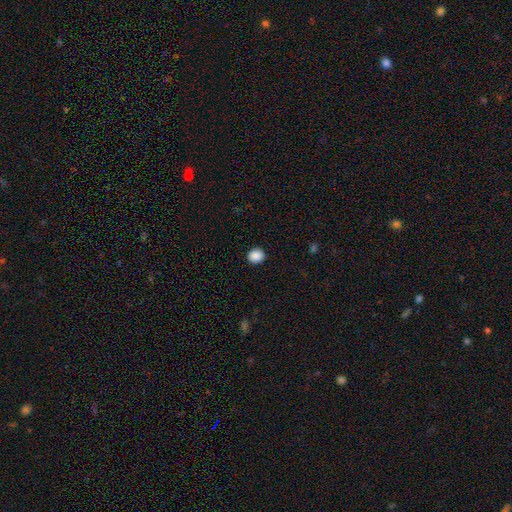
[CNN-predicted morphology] Smooth or featured? smooth (89%)
How rounded? round (79%)
Merging? none (92%)